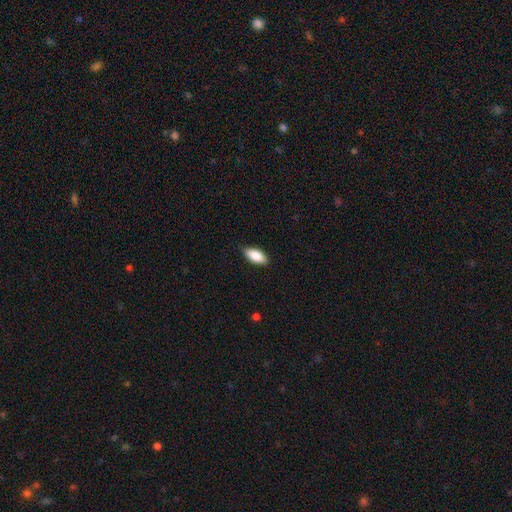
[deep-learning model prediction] A smooth galaxy with no disk features (85%) that is in between round and cigar-shaped (87%).

Vote fractions:
- Smooth or featured? smooth: 85% / featured or disk: 9% / star or artifact: 6%
- How rounded? in between: 87% / cigar-shaped: 11% / round: 2%
- Merging? none: 87% / minor disturbance: 10% / major disturbance: 2% / merger: 1%